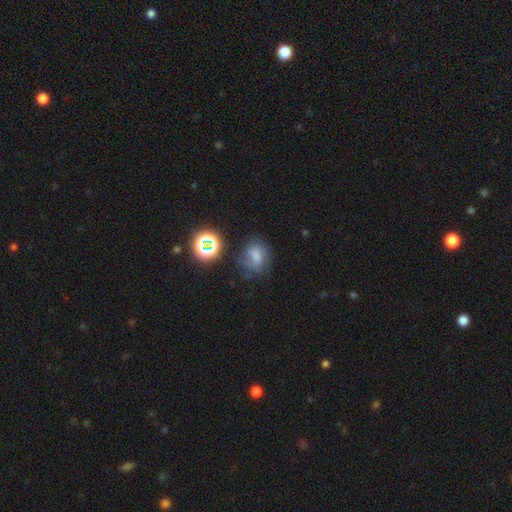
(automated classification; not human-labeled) Smooth or featured: smooth — 46% (featured or disk — 32%)
Merging: none — 55% (minor disturbance — 25%)